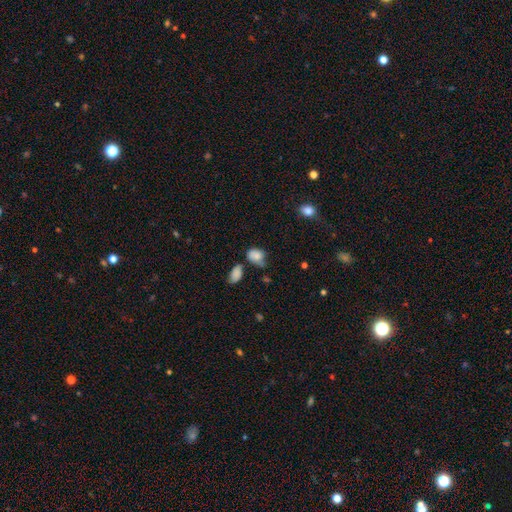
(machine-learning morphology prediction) smooth-or-featured: smooth: 80% | star or artifact: 10% | featured or disk: 10%
  how-rounded: in between: 71% | round: 27% | cigar-shaped: 2%
  merging: none: 38% | minor disturbance: 31% | merger: 17% | major disturbance: 14%